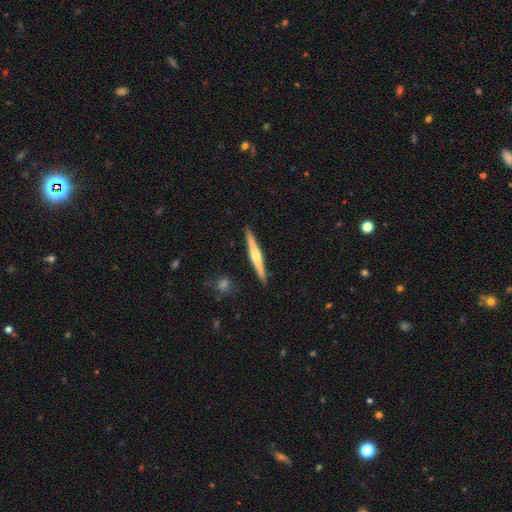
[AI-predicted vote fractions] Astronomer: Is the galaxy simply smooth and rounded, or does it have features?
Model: featured or disk — 65%.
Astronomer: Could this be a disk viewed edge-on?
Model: yes — 98%.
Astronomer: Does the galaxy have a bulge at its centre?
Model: rounded — 81%.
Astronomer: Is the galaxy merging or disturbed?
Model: none — 90%.